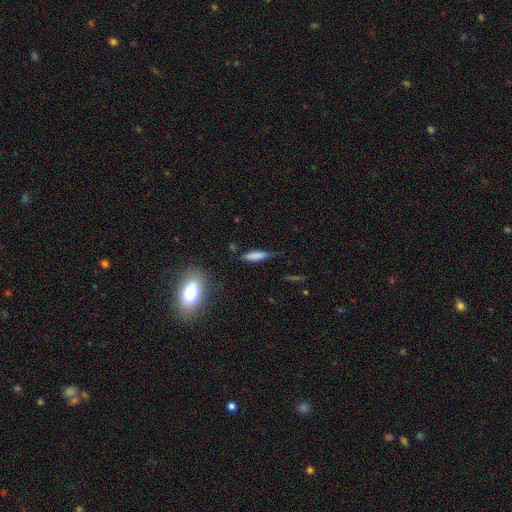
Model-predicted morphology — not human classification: Q: Smooth or featured?
A: smooth (71%); runner-up: featured or disk (20%)
Q: How rounded?
A: cigar-shaped (64%); runner-up: in between (33%)
Q: Merging?
A: none (60%); runner-up: minor disturbance (28%)